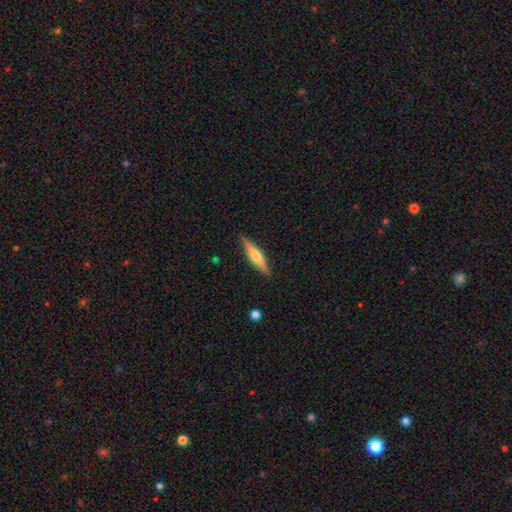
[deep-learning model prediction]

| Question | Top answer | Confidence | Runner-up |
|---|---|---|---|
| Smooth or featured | featured or disk | 56% | smooth (38%) |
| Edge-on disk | yes | 96% | no (4%) |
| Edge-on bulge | rounded | 77% | boxy (13%) |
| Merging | none | 88% | minor disturbance (9%) |